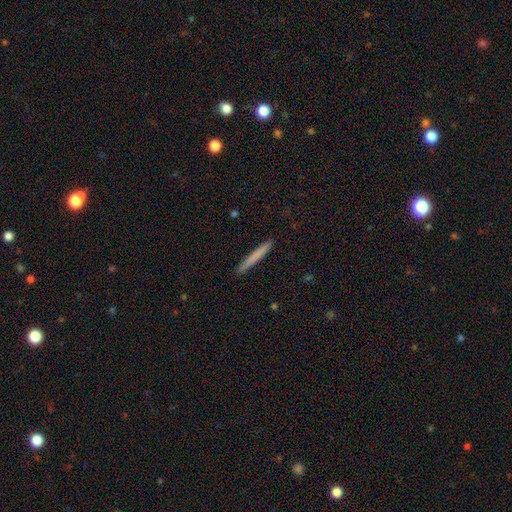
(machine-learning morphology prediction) The model was most divided on "smooth or featured": smooth: 72%, featured or disk: 22%, star or artifact: 6%. More confident: how rounded — cigar-shaped (97%); merging — none (91%).